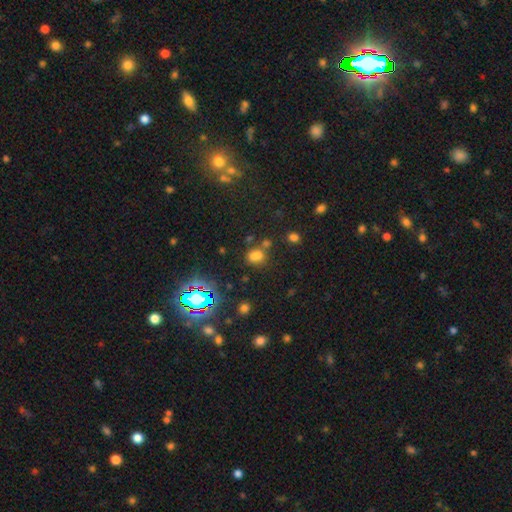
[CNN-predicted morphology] smooth-or-featured: smooth: 65% | star or artifact: 27% | featured or disk: 8%
  how-rounded: in between: 59% | round: 39% | cigar-shaped: 2%
  merging: none: 59% | merger: 20% | minor disturbance: 15% | major disturbance: 6%